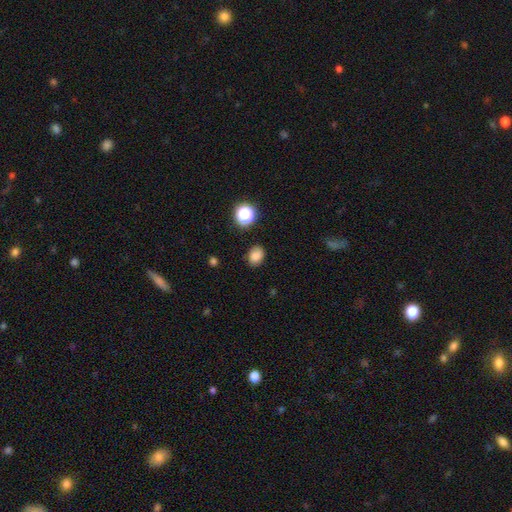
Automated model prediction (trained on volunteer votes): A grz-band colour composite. It shows a smooth galaxy with no disk features (82%) that is in between round and cigar-shaped (59%). Merging: none (83%).